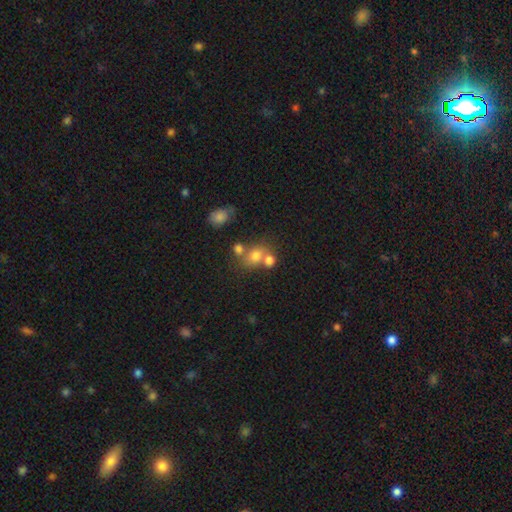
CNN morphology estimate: smooth-or-featured: smooth: 71% | star or artifact: 15% | featured or disk: 15%
  how-rounded: round: 57% | in between: 42% | cigar-shaped: 1%
  merging: none: 42% | merger: 41% | minor disturbance: 11% | major disturbance: 6%